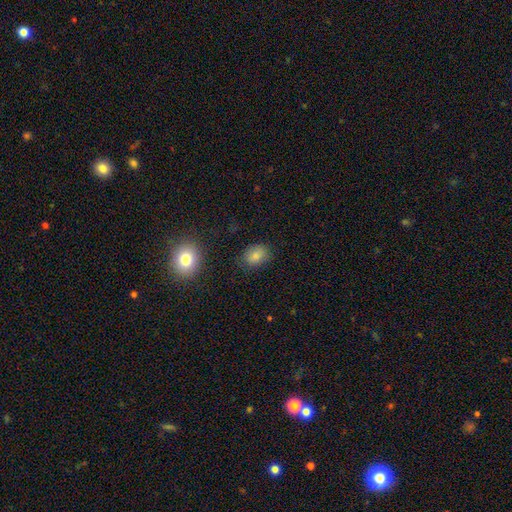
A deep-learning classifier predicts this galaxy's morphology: smooth_or_featured: smooth (p=0.83) [alt: star or artifact p=0.11]
how_rounded: in between (p=0.63) [alt: round p=0.36]
merging: none (p=0.80) [alt: minor disturbance p=0.14]